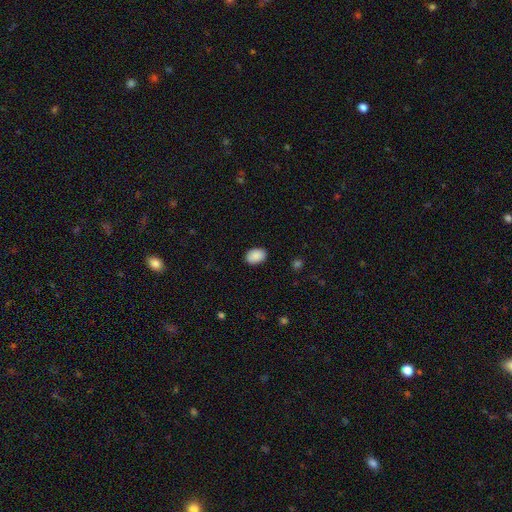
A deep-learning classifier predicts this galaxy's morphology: smooth 90%, star or artifact 7%, featured or disk 3%. Down the decision tree: how rounded — in between (81%); merging — none (88%).